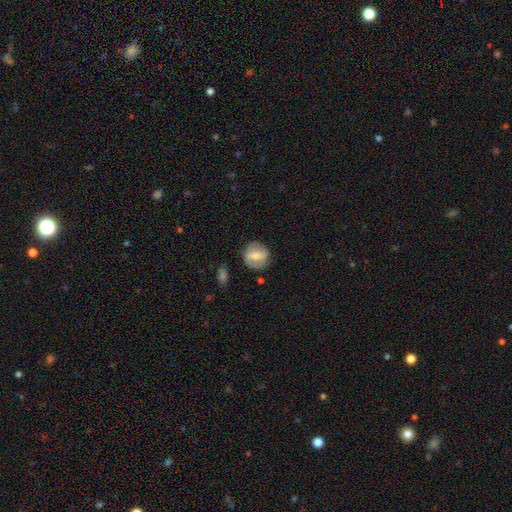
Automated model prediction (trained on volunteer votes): Q: Smooth or featured?
A: featured or disk (54%); runner-up: smooth (39%)
Q: Edge-on disk?
A: no (96%); runner-up: yes (4%)
Q: Bar?
A: weak (41%); runner-up: strong (38%)
Q: Spiral arms?
A: yes (72%); runner-up: no (28%)
Q: Bulge size?
A: moderate (50%); runner-up: small (39%)
Q: Merging?
A: none (75%); runner-up: minor disturbance (17%)